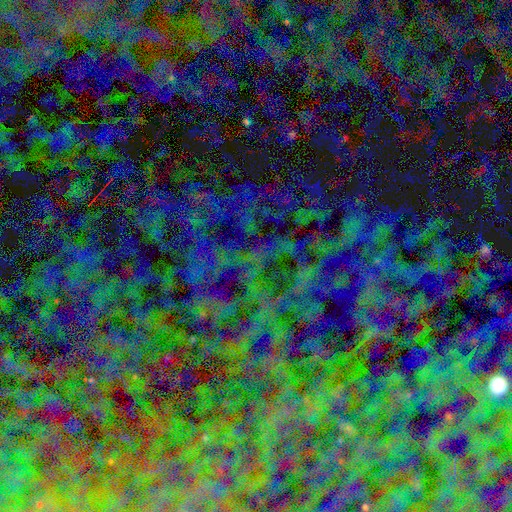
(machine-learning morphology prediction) Smooth or featured? Predicted: star or artifact (p=0.80).